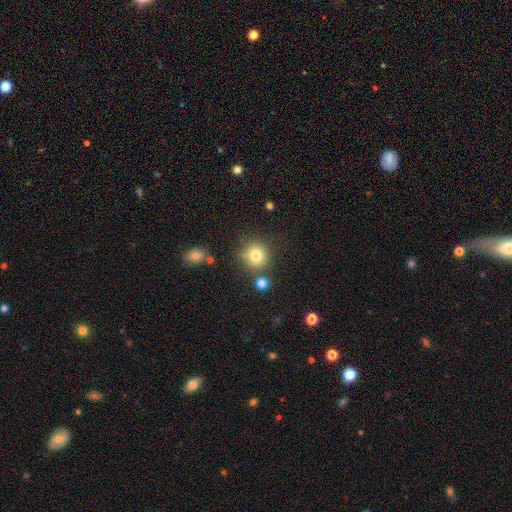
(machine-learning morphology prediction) Overall: smooth (79%). How rounded: round (90%). Merging: none (75%).